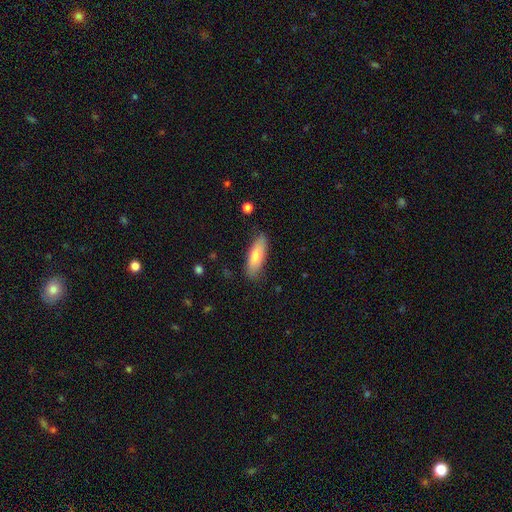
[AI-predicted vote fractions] Smooth or featured? smooth (79%)
How rounded? in between (57%)
Merging? none (83%)